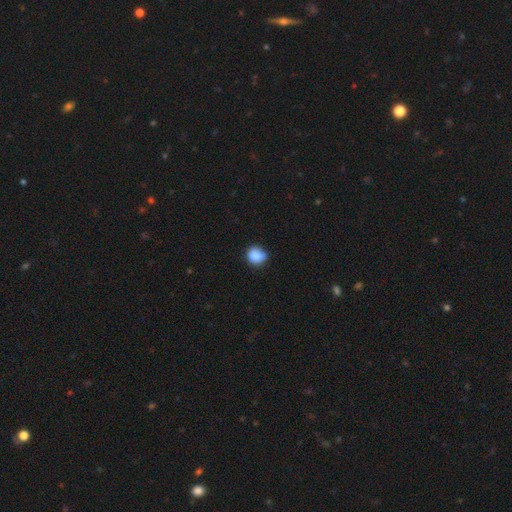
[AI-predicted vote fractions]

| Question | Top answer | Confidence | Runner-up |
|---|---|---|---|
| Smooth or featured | smooth | 86% | star or artifact (9%) |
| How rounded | round | 76% | in between (23%) |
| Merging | none | 66% | minor disturbance (27%) |